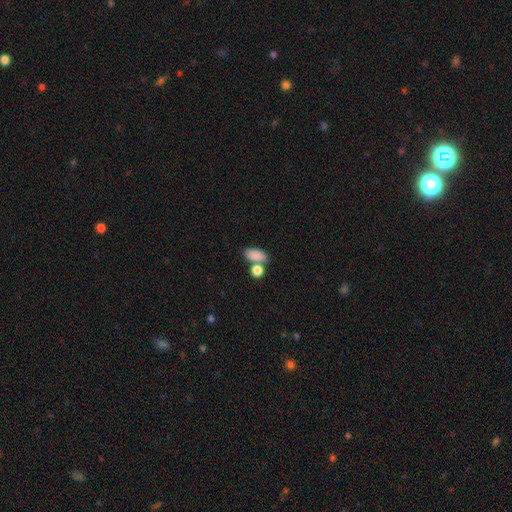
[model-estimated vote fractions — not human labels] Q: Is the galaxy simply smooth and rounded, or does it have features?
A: smooth — 85%.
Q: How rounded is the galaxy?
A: in between — 88%.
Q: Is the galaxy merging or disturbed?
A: none — 54%.